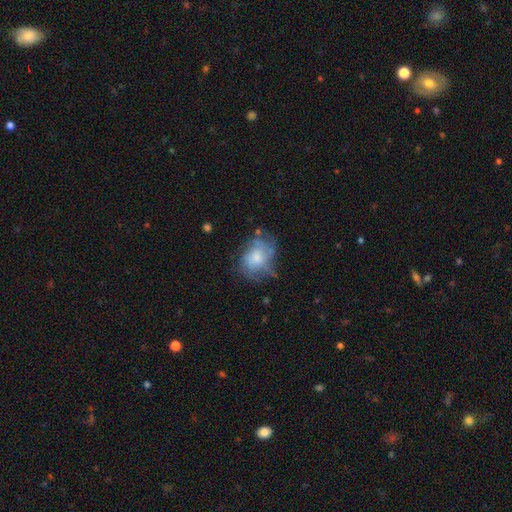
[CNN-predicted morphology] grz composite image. It shows a featured or disk galaxy (46%). Merging: none (53%).